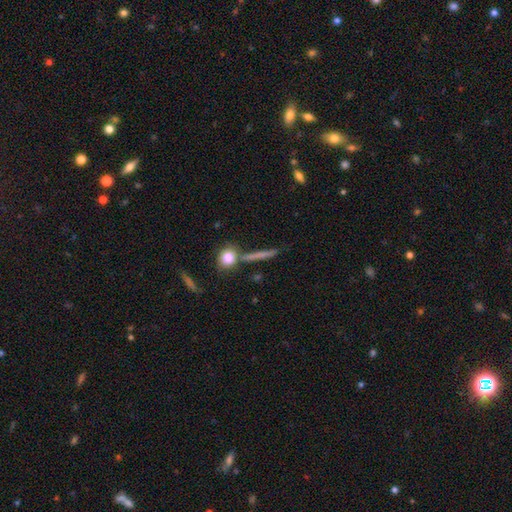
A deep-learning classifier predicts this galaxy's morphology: type=smooth (45%); merging=none (77%).